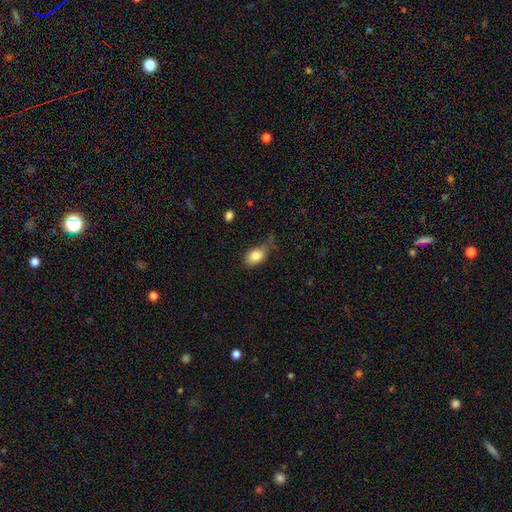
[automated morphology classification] Smooth or featured?
  - smooth: 83% *
  - featured or disk: 9%
  - star or artifact: 8%
How rounded?
  - in between: 79% *
  - round: 19%
  - cigar-shaped: 2%
Merging?
  - none: 39% *
  - minor disturbance: 37%
  - major disturbance: 20%
  - merger: 5%